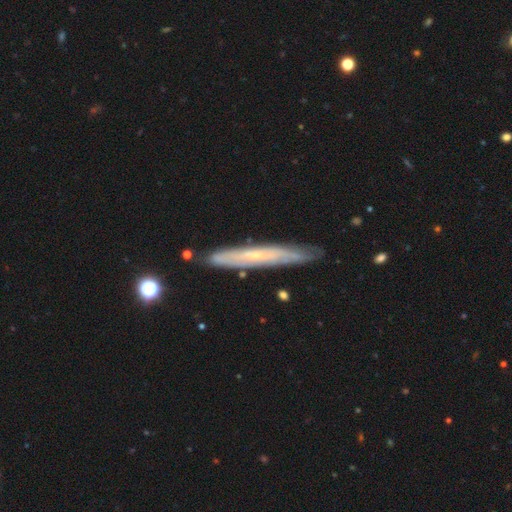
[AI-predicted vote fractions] A featured or disk galaxy (63%) viewed edge-on (80%) with no central bulge (63%). Merging: none (83%).